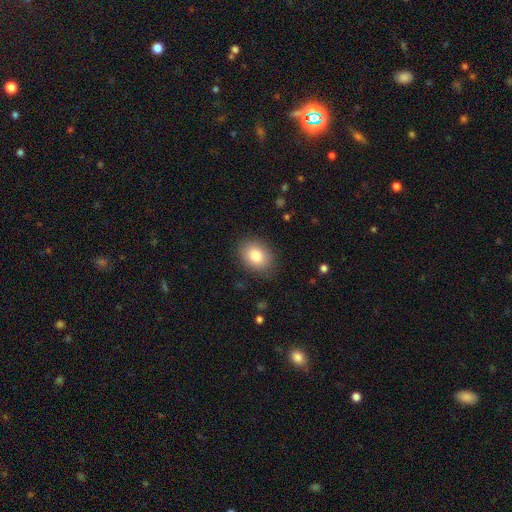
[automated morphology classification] type=smooth (84%); roundness=in between (61%); merging=none (84%).